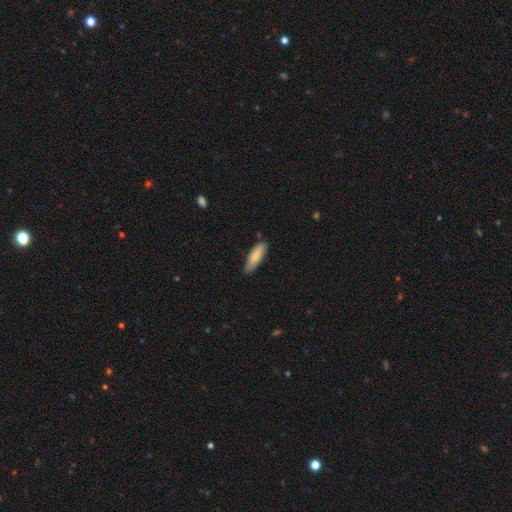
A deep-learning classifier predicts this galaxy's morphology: Smooth or featured?
  - smooth: 81% *
  - featured or disk: 13%
  - star or artifact: 6%
How rounded?
  - in between: 57% *
  - cigar-shaped: 42%
  - round: 2%
Merging?
  - none: 72% *
  - minor disturbance: 23%
  - major disturbance: 3%
  - merger: 2%